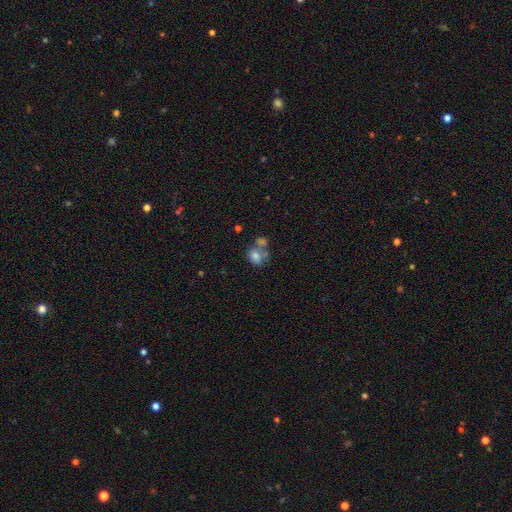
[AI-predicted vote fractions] This is likely a smooth galaxy (76%). How rounded: possibly round (52%). Merging: marginally merger (43%).